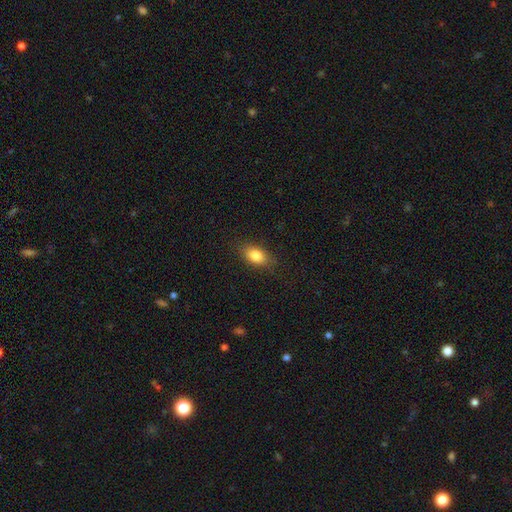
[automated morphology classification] smooth-or-featured: smooth: 83% | featured or disk: 9% | star or artifact: 8%
  how-rounded: in between: 85% | round: 11% | cigar-shaped: 4%
  merging: none: 83% | minor disturbance: 13% | major disturbance: 3% | merger: 1%